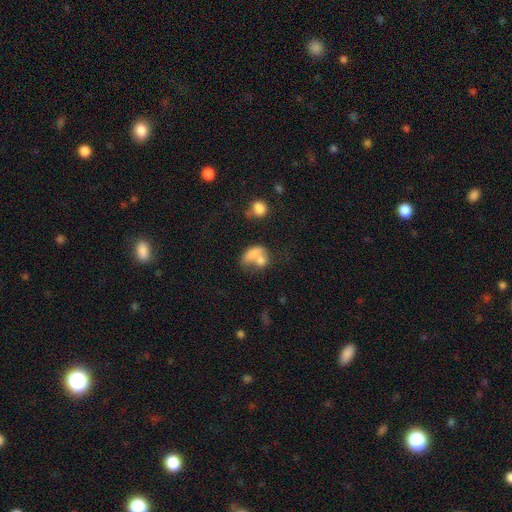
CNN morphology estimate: The model was most divided on "merging": merger: 57%, none: 21%, major disturbance: 11%, minor disturbance: 11%. More confident: how rounded — in between (74%); smooth or featured — smooth (72%).